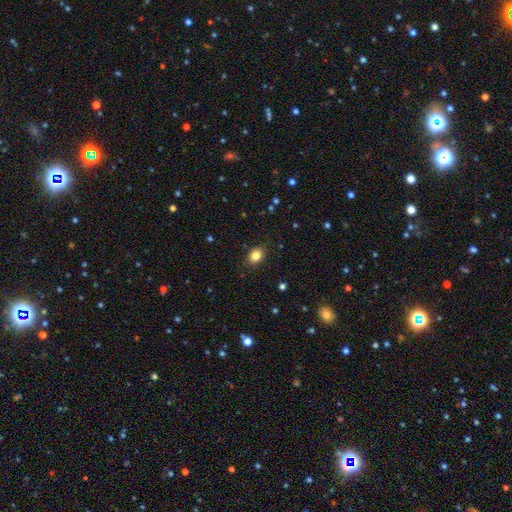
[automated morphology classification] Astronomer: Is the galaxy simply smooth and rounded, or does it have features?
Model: smooth — 84%.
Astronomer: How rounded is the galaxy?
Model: in between — 61% (runner-up: round, 38%).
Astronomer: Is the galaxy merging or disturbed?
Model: none — 88%.